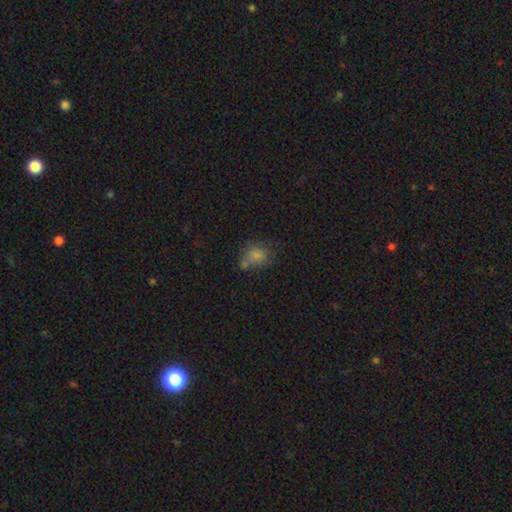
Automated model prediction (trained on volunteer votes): Morphology: type=smooth (74%); roundness=round (51%); merging=none (45%).